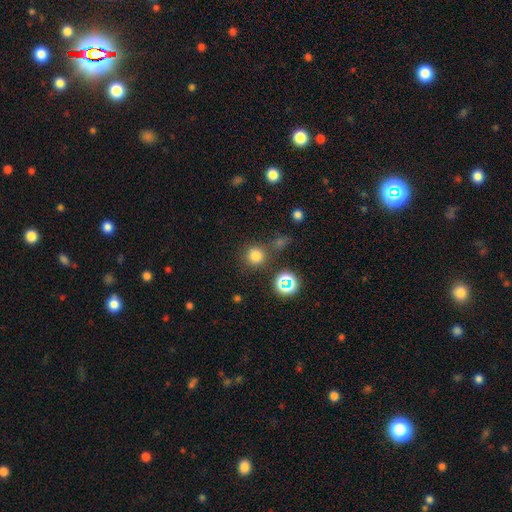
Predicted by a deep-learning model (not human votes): A smooth galaxy with no disk features (75%) that is round (93%). Merging: none (79%).